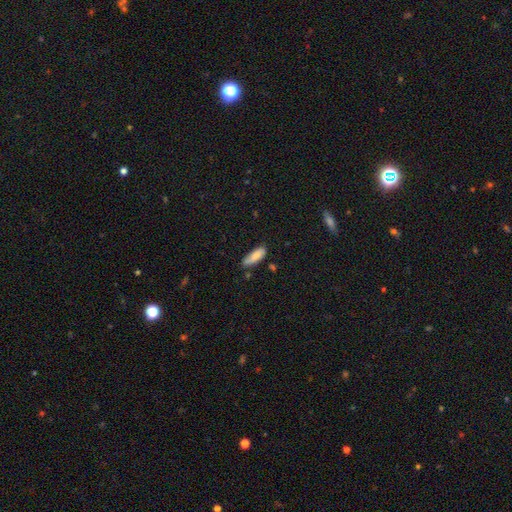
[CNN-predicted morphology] smooth 81%, featured or disk 12%, star or artifact 6%. Down the decision tree: how rounded — in between (62%); merging — none (63%).